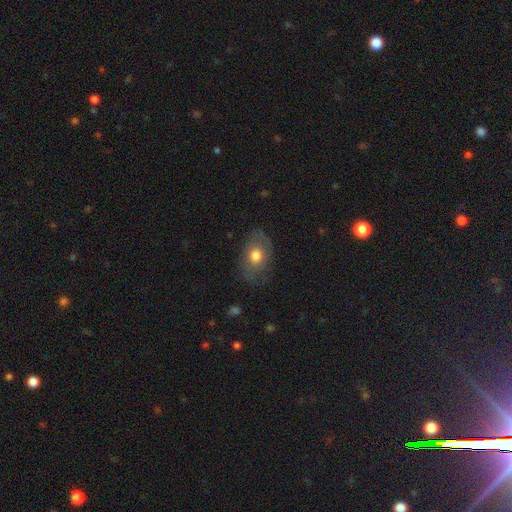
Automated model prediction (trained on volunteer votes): A smooth galaxy with no disk features (66%) that is in between round and cigar-shaped (75%). Merging: none (74%).